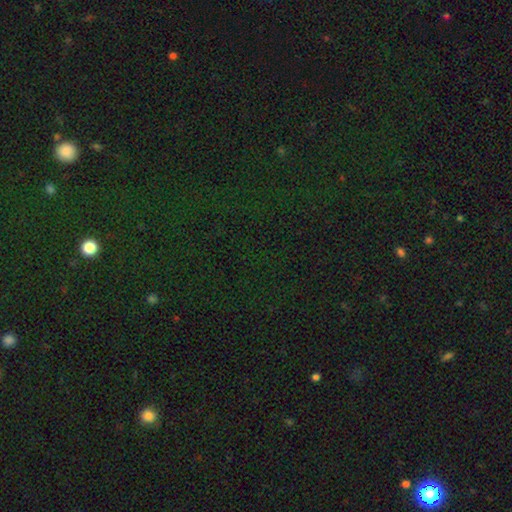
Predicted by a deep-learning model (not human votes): Smooth or featured? Predicted: star or artifact (p=0.79).